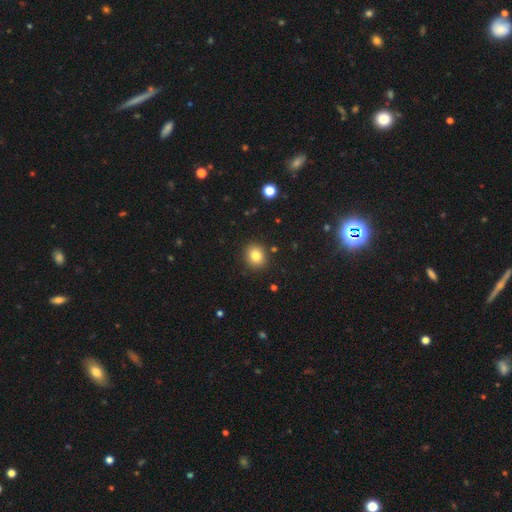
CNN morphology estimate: Smooth or featured? Predicted: smooth (p=0.82). How rounded? Predicted: round (p=0.77). Merging? Predicted: none (p=0.89).